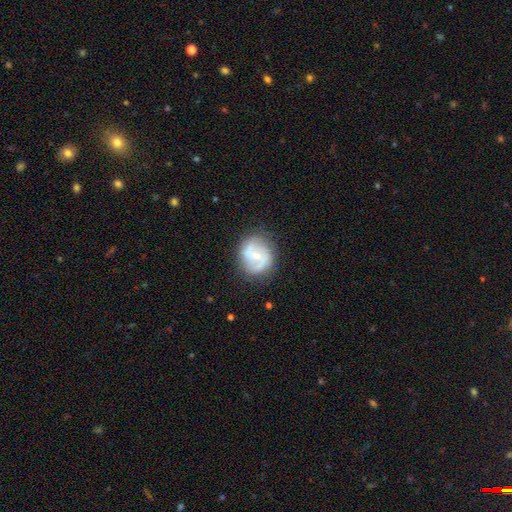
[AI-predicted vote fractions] featured or disk 67%, smooth 27%, star or artifact 7%. Down the decision tree: edge-on disk — no (97%); bar — weak (45%); spiral arms — yes (78%); spiral arm count — 2 (78%); spiral winding — medium (44%); bulge size — small (52%); merging — none (75%).